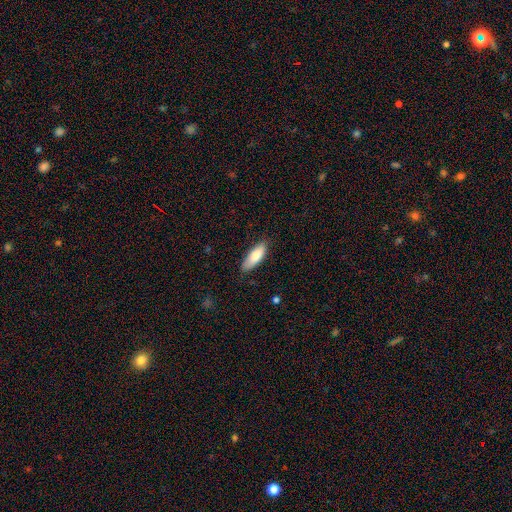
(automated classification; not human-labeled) Morphology: type=smooth (81%); roundness=in between (67%); merging=none (81%).